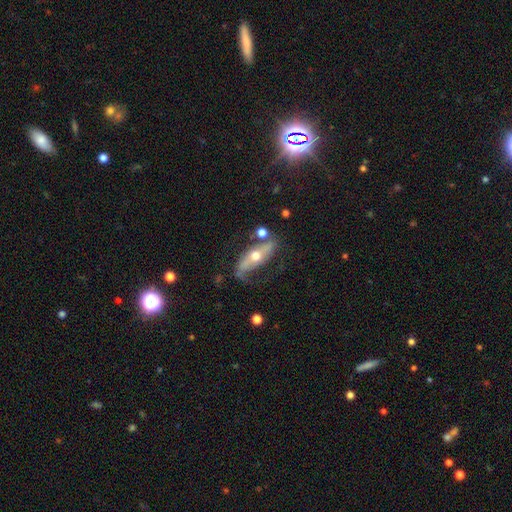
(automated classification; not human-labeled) Smooth or featured?
  - featured or disk: 64% *
  - smooth: 30%
  - star or artifact: 6%
Edge-on disk?
  - no: 65% *
  - yes: 35%
Merging?
  - none: 51% *
  - minor disturbance: 24%
  - major disturbance: 17%
  - merger: 8%